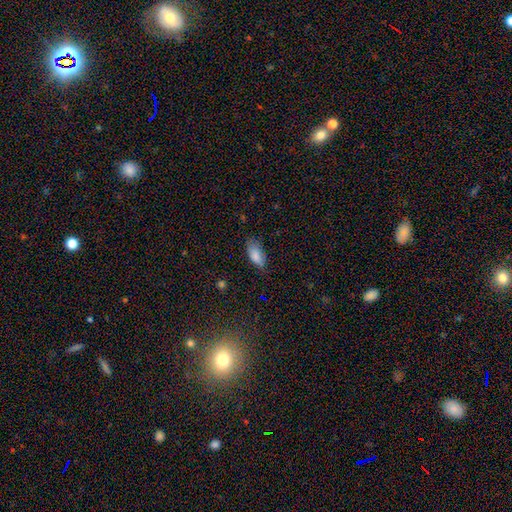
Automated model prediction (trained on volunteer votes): Smooth or featured: smooth — 84% (star or artifact — 8%)
How rounded: in between — 88% (cigar-shaped — 10%)
Merging: none — 68% (minor disturbance — 25%)